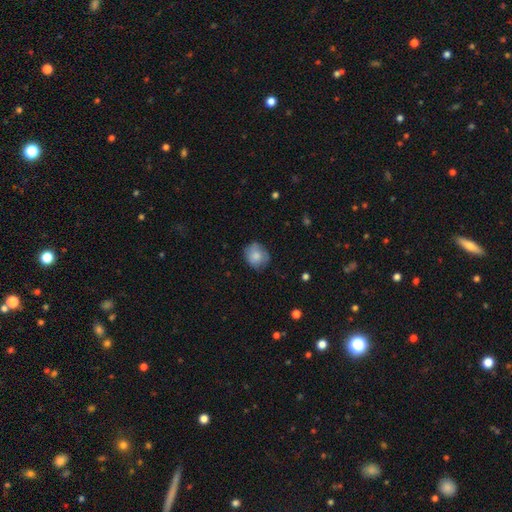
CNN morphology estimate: smooth-or-featured: smooth: 80% | featured or disk: 12% | star or artifact: 7%
  how-rounded: round: 69% | in between: 30% | cigar-shaped: 1%
  merging: none: 74% | minor disturbance: 21% | major disturbance: 4% | merger: 1%